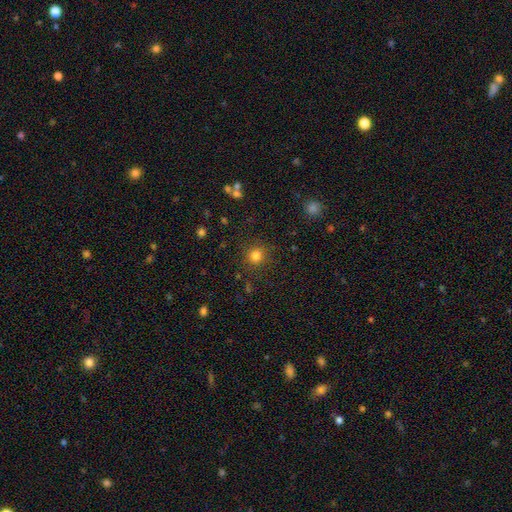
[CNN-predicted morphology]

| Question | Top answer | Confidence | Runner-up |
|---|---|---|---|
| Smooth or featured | smooth | 81% | star or artifact (14%) |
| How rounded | round | 92% | in between (7%) |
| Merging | none | 87% | minor disturbance (8%) |